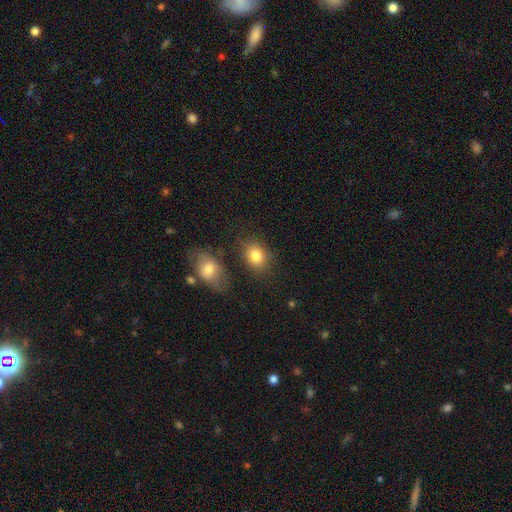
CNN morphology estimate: Smooth or featured?
  - smooth: 82% *
  - star or artifact: 9%
  - featured or disk: 8%
How rounded?
  - in between: 54% *
  - round: 45%
  - cigar-shaped: 1%
Merging?
  - none: 70% *
  - minor disturbance: 15%
  - merger: 10%
  - major disturbance: 5%